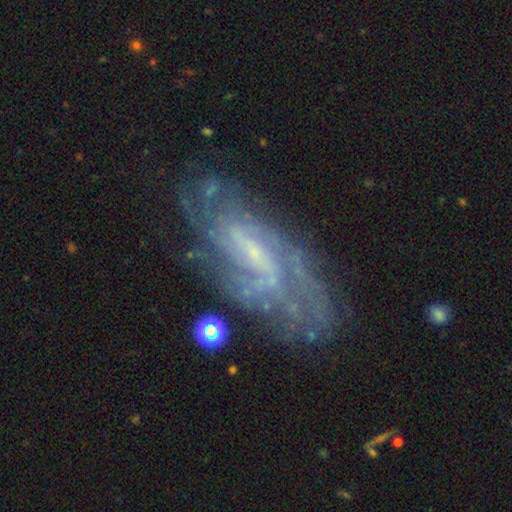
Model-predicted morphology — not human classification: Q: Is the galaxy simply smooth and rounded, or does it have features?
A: featured or disk — 80%.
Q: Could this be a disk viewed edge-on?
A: no — 90%.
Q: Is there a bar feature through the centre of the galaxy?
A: weak — 48%.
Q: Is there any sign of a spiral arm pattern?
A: yes — 85%.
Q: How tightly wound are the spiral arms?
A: tight — 49%.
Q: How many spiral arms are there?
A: can't tell — 52%.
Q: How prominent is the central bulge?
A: small — 62%.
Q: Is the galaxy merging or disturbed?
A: none — 65%.